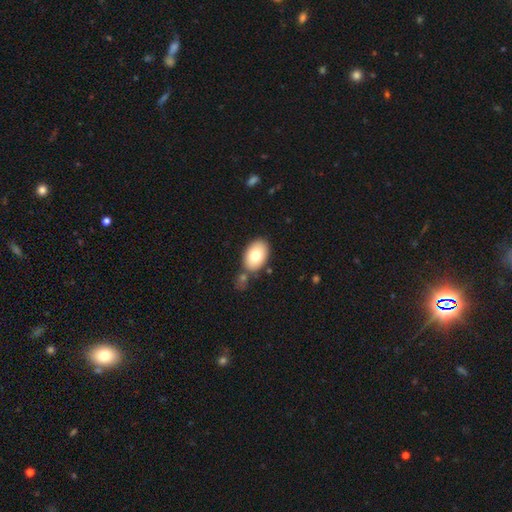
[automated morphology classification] type=smooth (77%); roundness=in between (90%); merging=none (71%).